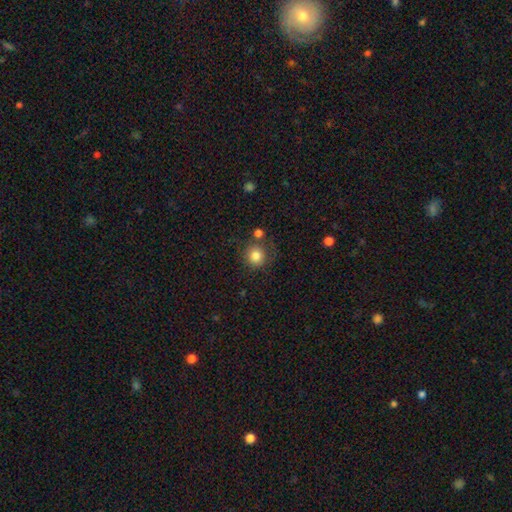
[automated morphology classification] smooth_or_featured: smooth (p=0.83) [alt: star or artifact p=0.11]
how_rounded: round (p=0.91) [alt: in between p=0.09]
merging: none (p=0.72) [alt: minor disturbance p=0.13]